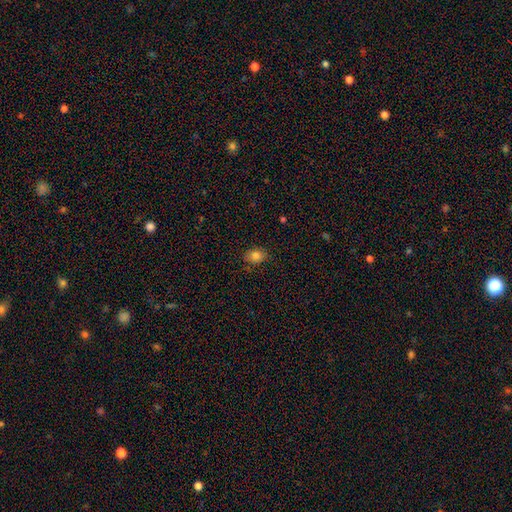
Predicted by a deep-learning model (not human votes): Smooth or featured: smooth — 83% (star or artifact — 11%)
How rounded: in between — 60% (round — 39%)
Merging: none — 81% (minor disturbance — 15%)